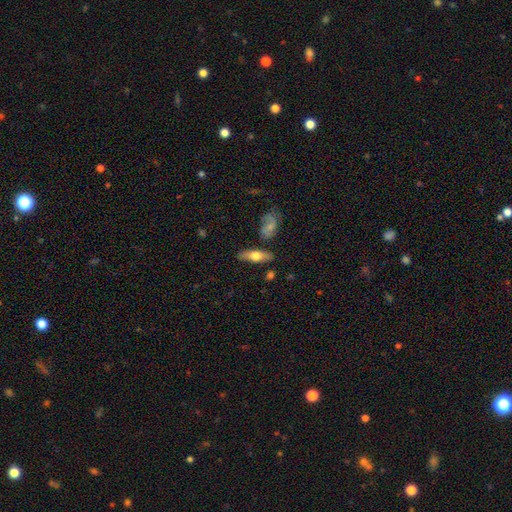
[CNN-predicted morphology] A smooth galaxy with no disk features (56%) that is in between round and cigar-shaped (59%). Merging: none (78%).